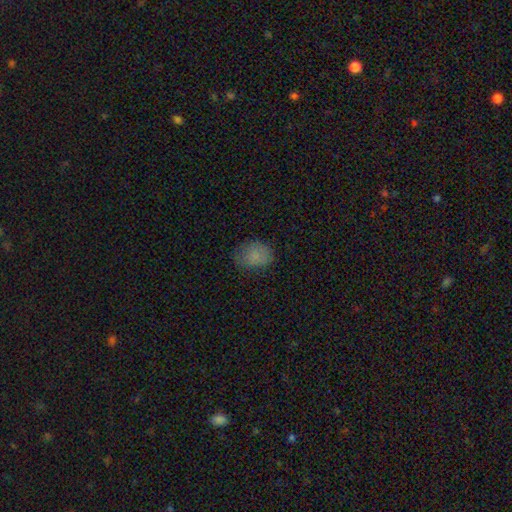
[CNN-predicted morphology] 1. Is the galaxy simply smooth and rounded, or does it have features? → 82% smooth, 11% star or artifact, 8% featured or disk.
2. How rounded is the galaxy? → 62% in between, 37% round, 1% cigar-shaped.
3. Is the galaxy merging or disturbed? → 69% none, 24% minor disturbance, 6% major disturbance, 1% merger.